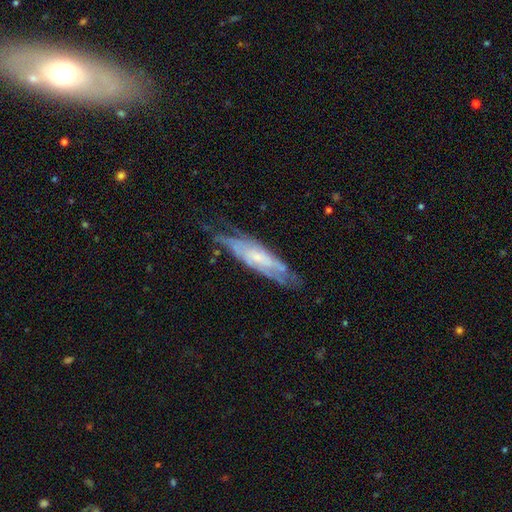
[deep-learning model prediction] Smooth or featured? featured or disk (67%)
Edge-on disk? no (53%)
Merging? none (67%)